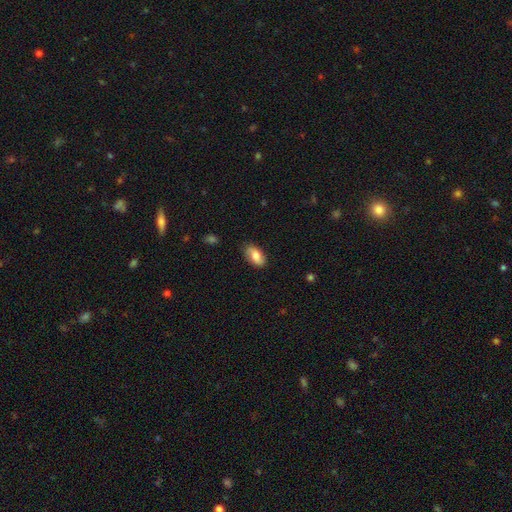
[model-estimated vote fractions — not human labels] smooth_or_featured: smooth (p=0.76) [alt: featured or disk p=0.17]
how_rounded: in between (p=0.93) [alt: round p=0.04]
merging: none (p=0.78) [alt: minor disturbance p=0.17]